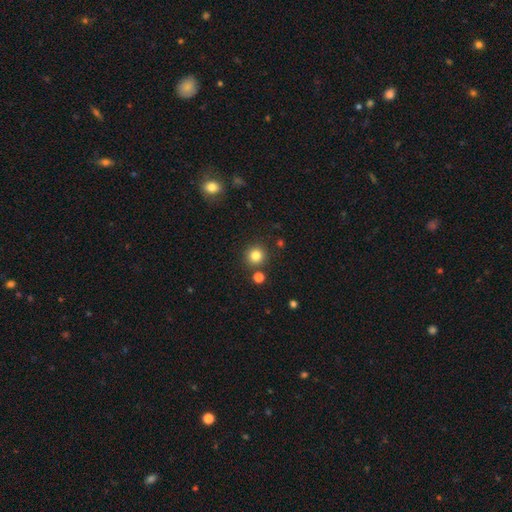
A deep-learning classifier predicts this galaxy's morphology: The model was most divided on "smooth or featured": smooth: 82%, star or artifact: 12%, featured or disk: 5%. More confident: how rounded — round (94%); merging — none (87%).